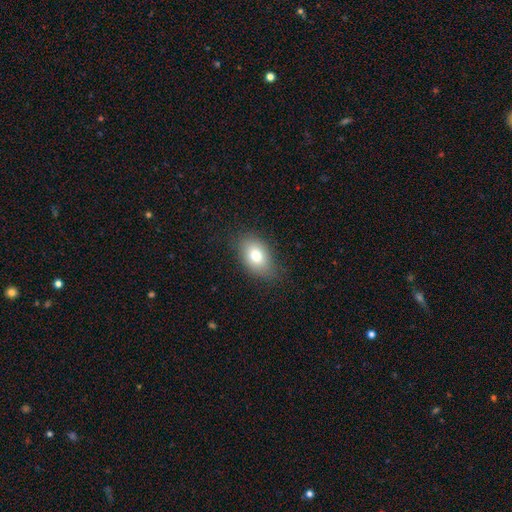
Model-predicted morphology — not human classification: type=smooth (78%); roundness=in between (85%); merging=none (79%).